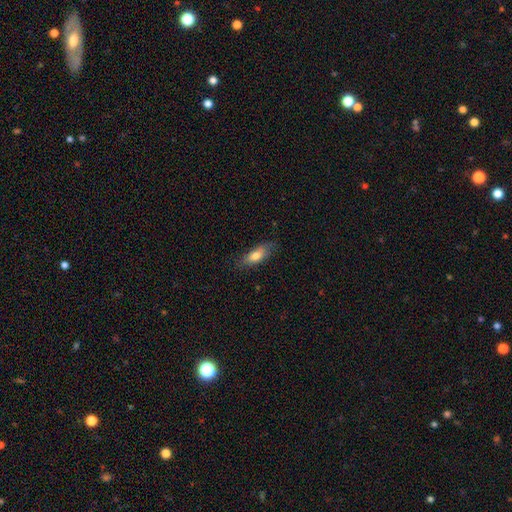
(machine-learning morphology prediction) Smooth or featured: smooth — 78% (featured or disk — 16%)
How rounded: in between — 74% (cigar-shaped — 24%)
Merging: none — 74% (minor disturbance — 20%)